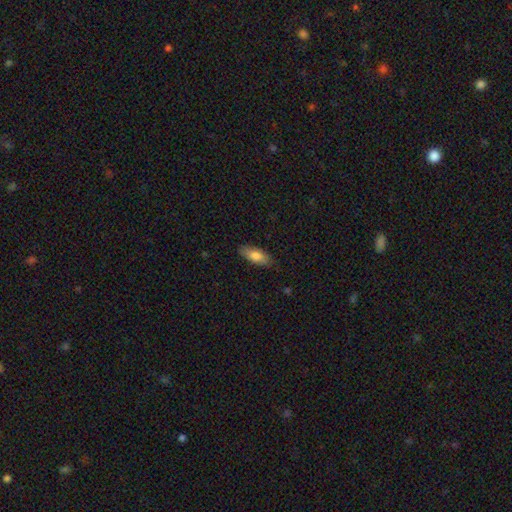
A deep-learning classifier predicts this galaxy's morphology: This is likely a smooth galaxy (79%). How rounded: clearly in between (80%). Merging: clearly none (84%).